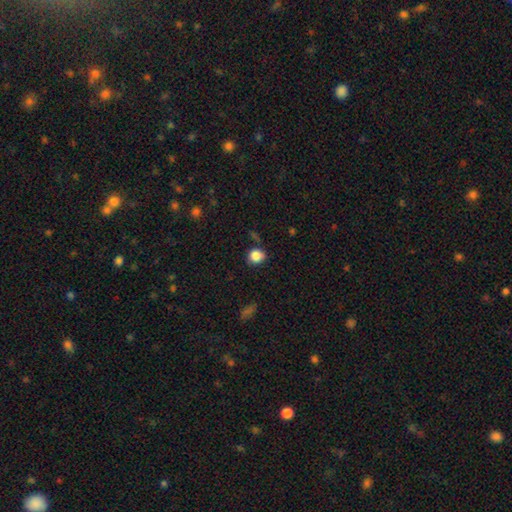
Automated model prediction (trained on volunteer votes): This is clearly a smooth galaxy (85%). How rounded: likely round (76%). Merging: likely none (77%).